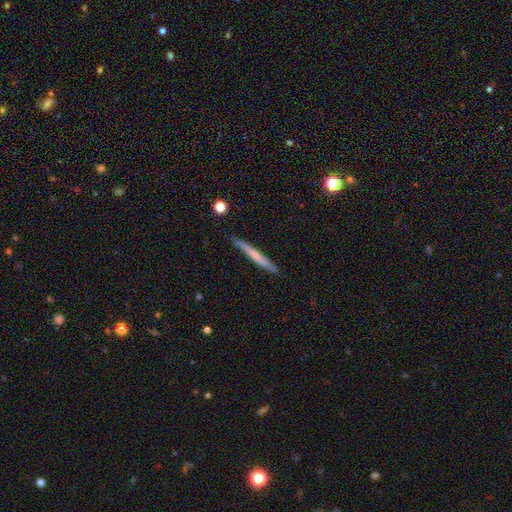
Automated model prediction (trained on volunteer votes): Smooth or featured?
  - smooth: 53% *
  - featured or disk: 41%
  - star or artifact: 6%
How rounded?
  - cigar-shaped: 96% *
  - in between: 2%
  - round: 1%
Merging?
  - none: 88% *
  - minor disturbance: 9%
  - major disturbance: 2%
  - merger: 1%